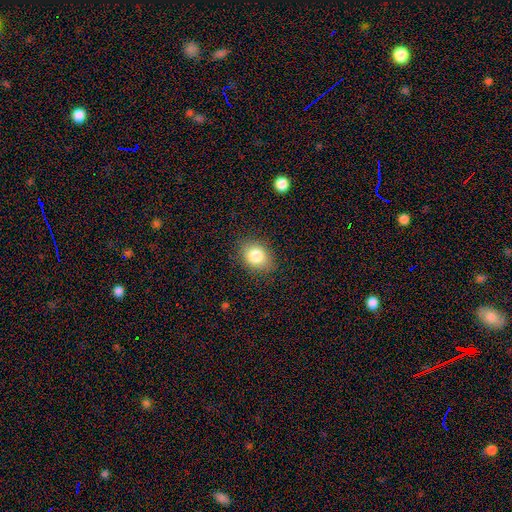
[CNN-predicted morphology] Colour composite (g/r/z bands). It shows a smooth galaxy with no disk features (82%) that is in between round and cigar-shaped (60%). Merging: none (84%).